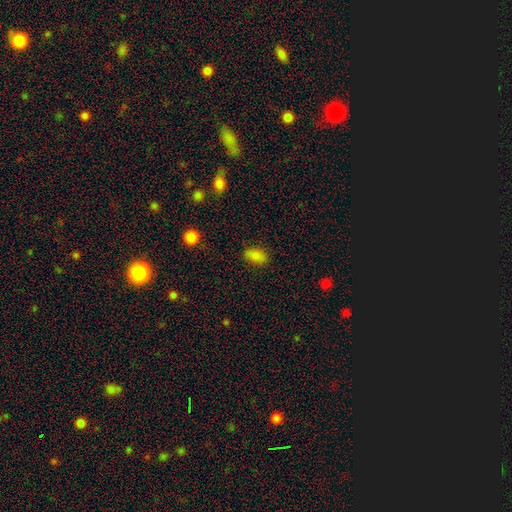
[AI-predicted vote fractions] Smooth or featured? smooth (84%)
How rounded? in between (89%)
Merging? none (85%)